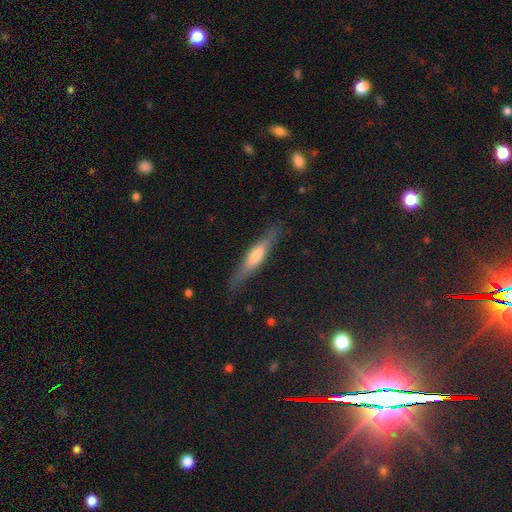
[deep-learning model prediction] The model was most divided on "smooth or featured": featured or disk: 51%, smooth: 43%, star or artifact: 7%. More confident: edge-on disk — yes (93%); merging — none (84%).